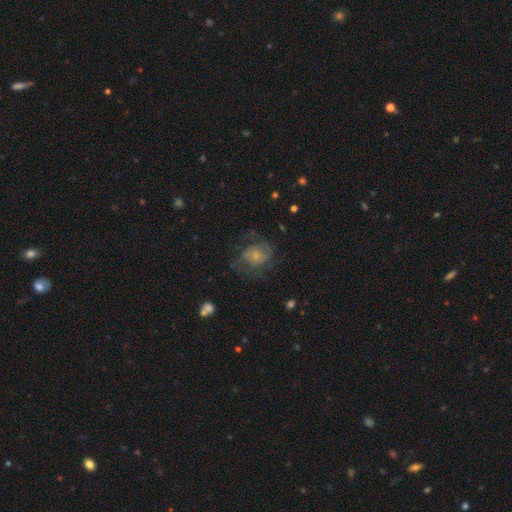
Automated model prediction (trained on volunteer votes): Overall: featured or disk (70%). Edge-on disk: no (98%). Bar: no (74%). Spiral arms: yes (90%). Spiral arm count: 2 (58%; can't tell 18%). Spiral winding: medium (48%; tight 30%). Bulge size: small (61%; moderate 24%). Merging: none (60%).